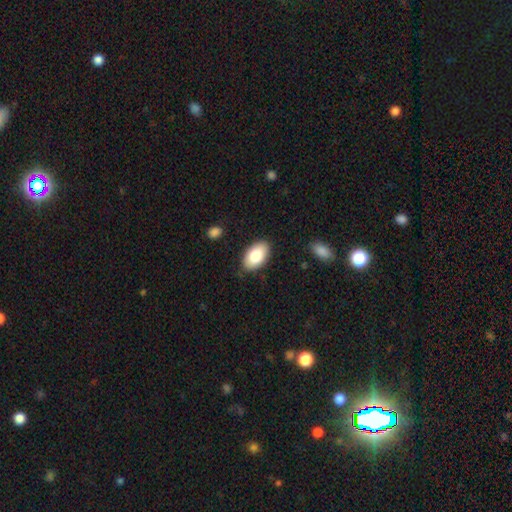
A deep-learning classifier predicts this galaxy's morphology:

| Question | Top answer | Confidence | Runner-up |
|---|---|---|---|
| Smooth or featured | smooth | 82% | featured or disk (12%) |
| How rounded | in between | 95% | round (4%) |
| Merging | none | 85% | minor disturbance (11%) |